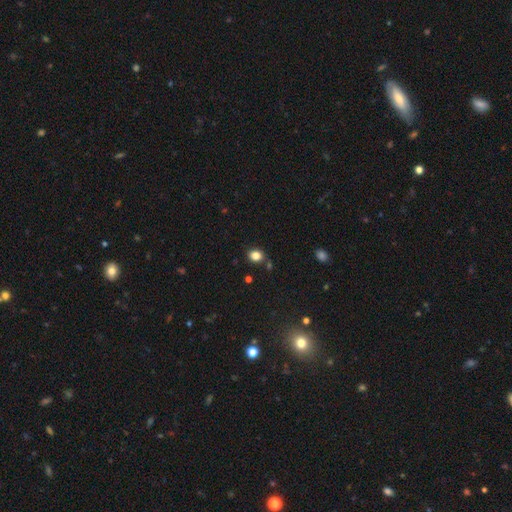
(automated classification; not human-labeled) smooth-or-featured: smooth: 83% | star or artifact: 12% | featured or disk: 5%
  how-rounded: round: 53% | in between: 46% | cigar-shaped: 1%
  merging: none: 80% | minor disturbance: 11% | merger: 6% | major disturbance: 3%